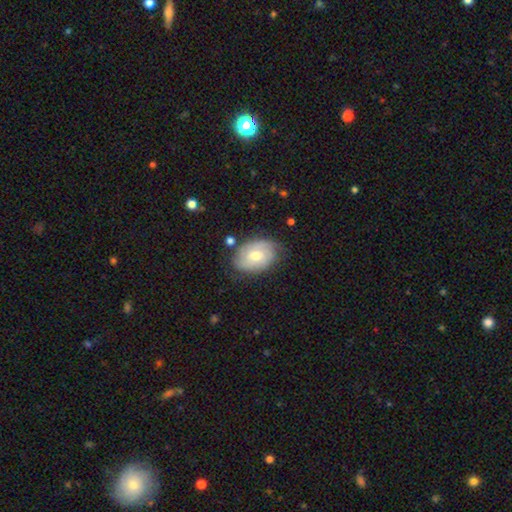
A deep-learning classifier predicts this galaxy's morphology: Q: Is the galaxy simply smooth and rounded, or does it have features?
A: featured or disk — 53%.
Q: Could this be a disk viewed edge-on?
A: no — 95%.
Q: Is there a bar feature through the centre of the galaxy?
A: no — 61%.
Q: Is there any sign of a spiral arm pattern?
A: yes — 80%.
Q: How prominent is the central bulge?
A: moderate — 70%.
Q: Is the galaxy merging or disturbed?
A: none — 69%.